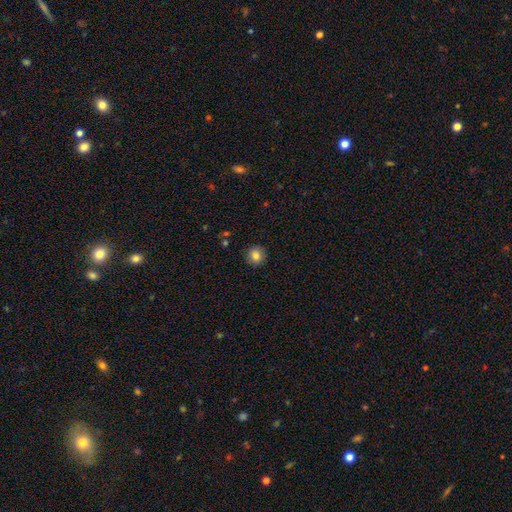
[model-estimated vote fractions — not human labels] Smooth or featured?
  - smooth: 83% *
  - star or artifact: 10%
  - featured or disk: 7%
How rounded?
  - round: 91% *
  - in between: 8%
  - cigar-shaped: 1%
Merging?
  - none: 90% *
  - minor disturbance: 7%
  - major disturbance: 2%
  - merger: 1%